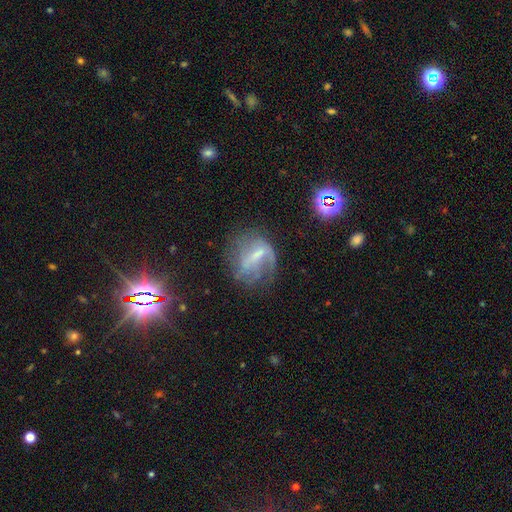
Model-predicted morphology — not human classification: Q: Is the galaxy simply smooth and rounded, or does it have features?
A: featured or disk — 64%.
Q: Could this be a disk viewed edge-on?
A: no — 96%.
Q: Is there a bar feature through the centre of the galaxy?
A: weak — 46%.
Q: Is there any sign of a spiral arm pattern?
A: yes — 68%.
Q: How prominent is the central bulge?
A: small — 36%.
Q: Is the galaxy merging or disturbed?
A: none — 41%.